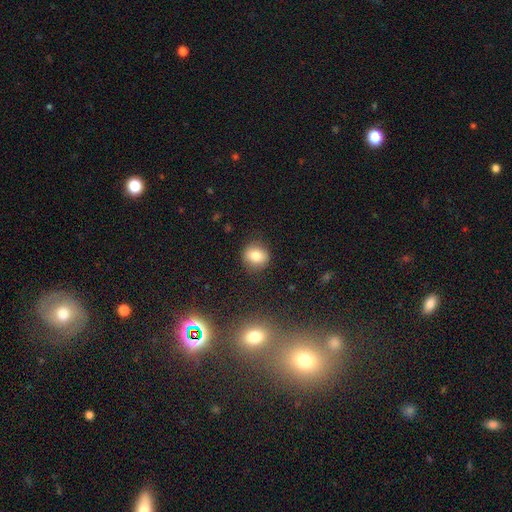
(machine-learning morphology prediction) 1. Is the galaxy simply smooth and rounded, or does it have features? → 78% smooth, 12% star or artifact, 10% featured or disk.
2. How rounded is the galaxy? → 81% round, 18% in between, 1% cigar-shaped.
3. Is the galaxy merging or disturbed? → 86% none, 9% minor disturbance, 3% major disturbance, 1% merger.